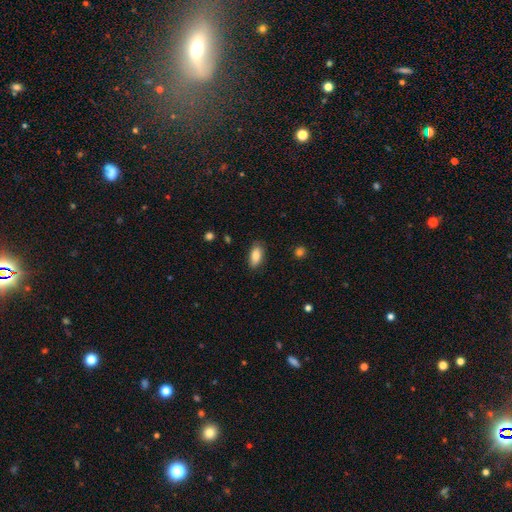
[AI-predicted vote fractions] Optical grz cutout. It shows a smooth galaxy with no disk features (86%) that is in between round and cigar-shaped (90%). Merging: none (81%).